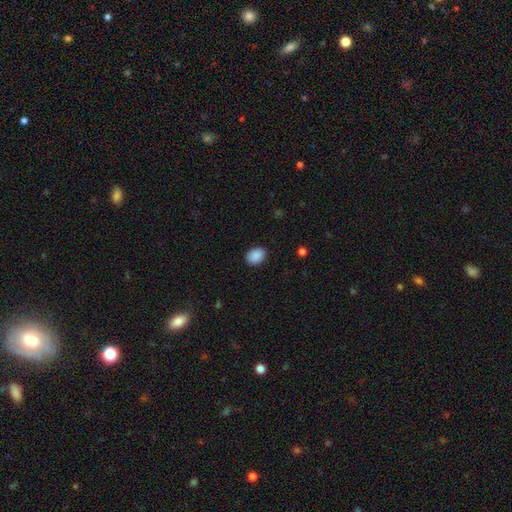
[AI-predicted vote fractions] The model was most divided on "how rounded": in between: 68%, round: 31%, cigar-shaped: 1%. More confident: smooth or featured — smooth (90%); merging — none (88%).